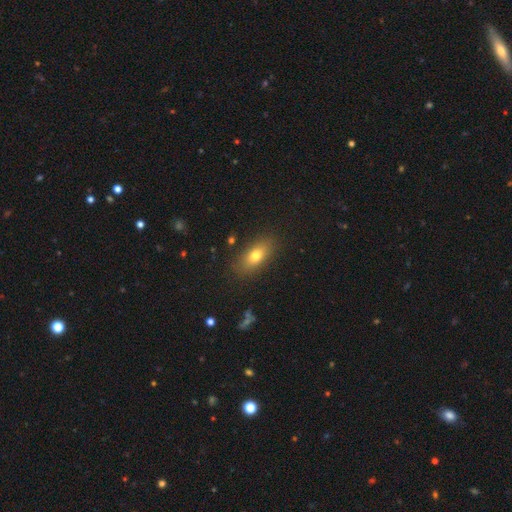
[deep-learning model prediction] Smooth or featured? smooth (75%)
How rounded? in between (81%)
Merging? none (85%)